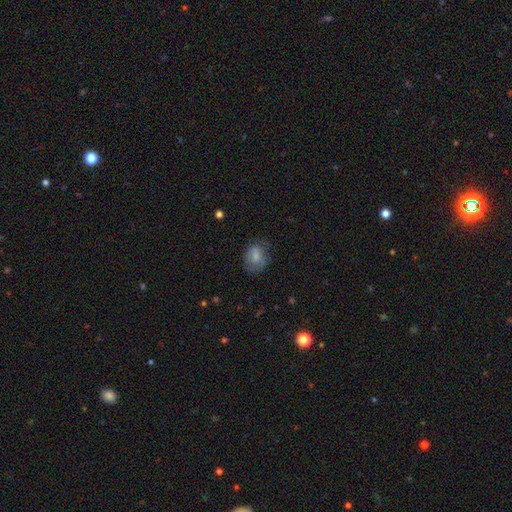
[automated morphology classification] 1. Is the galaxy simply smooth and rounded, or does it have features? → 73% smooth, 18% featured or disk, 9% star or artifact.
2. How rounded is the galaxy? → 59% in between, 39% round, 1% cigar-shaped.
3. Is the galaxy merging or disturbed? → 57% none, 27% minor disturbance, 15% major disturbance, 2% merger.